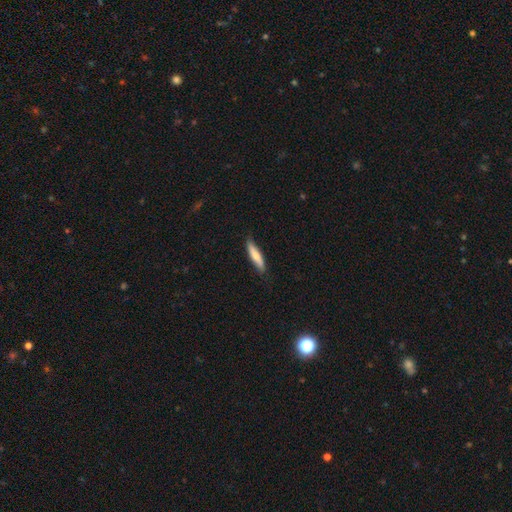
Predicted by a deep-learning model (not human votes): Smooth or featured? smooth (69%)
How rounded? cigar-shaped (82%)
Merging? none (81%)